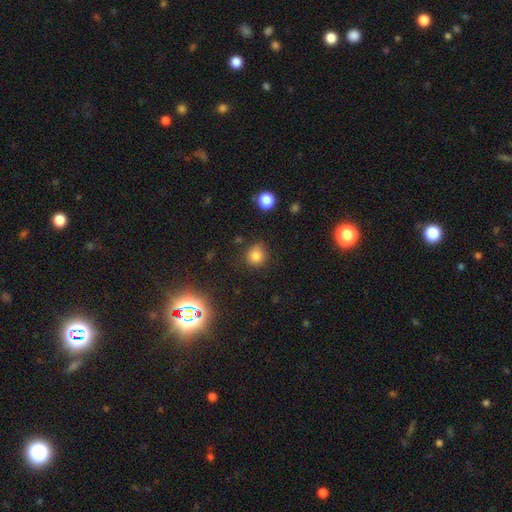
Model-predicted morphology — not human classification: Smooth or featured: smooth — 79% (star or artifact — 15%)
How rounded: round — 87% (in between — 12%)
Merging: none — 79% (minor disturbance — 14%)